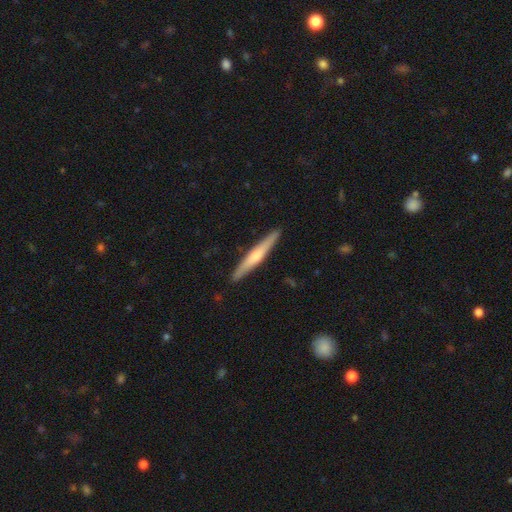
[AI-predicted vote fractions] A featured or disk galaxy (53%) viewed edge-on (97%) with a rounded central bulge (70%).

Vote fractions:
- Smooth or featured? featured or disk: 53% / smooth: 41% / star or artifact: 5%
- Edge-on disk? yes: 97% / no: 3%
- Edge-on bulge? rounded: 70% / none: 22% / boxy: 9%
- Merging? none: 91% / minor disturbance: 6% / major disturbance: 1% / merger: 1%